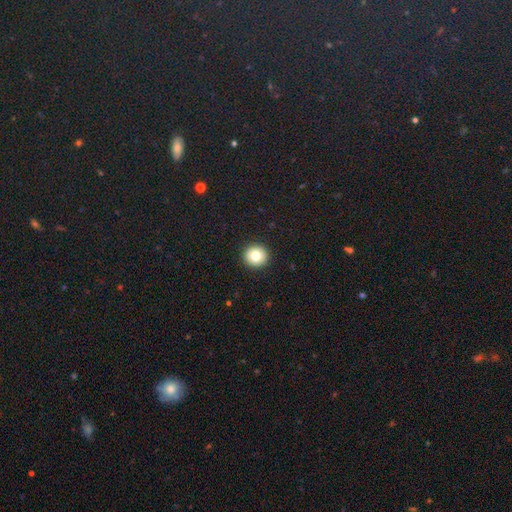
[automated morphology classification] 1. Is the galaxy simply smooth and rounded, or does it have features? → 80% smooth, 10% featured or disk, 10% star or artifact.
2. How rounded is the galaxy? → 93% round, 6% in between, 1% cigar-shaped.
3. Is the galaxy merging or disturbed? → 93% none, 4% minor disturbance, 2% major disturbance, 1% merger.